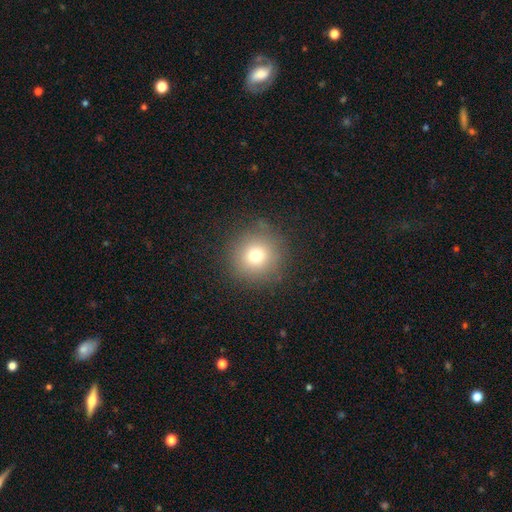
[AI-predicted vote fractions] A smooth galaxy with no disk features (73%) that is round (95%). Merging: none (87%).